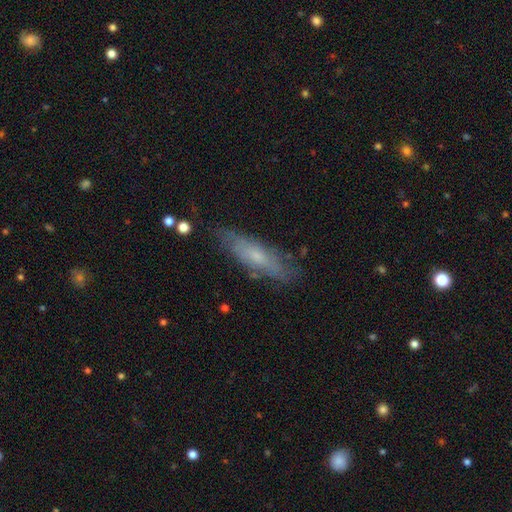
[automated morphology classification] smooth-or-featured: smooth: 49% | featured or disk: 44% | star or artifact: 8%
  merging: none: 73% | minor disturbance: 20% | major disturbance: 5% | merger: 2%